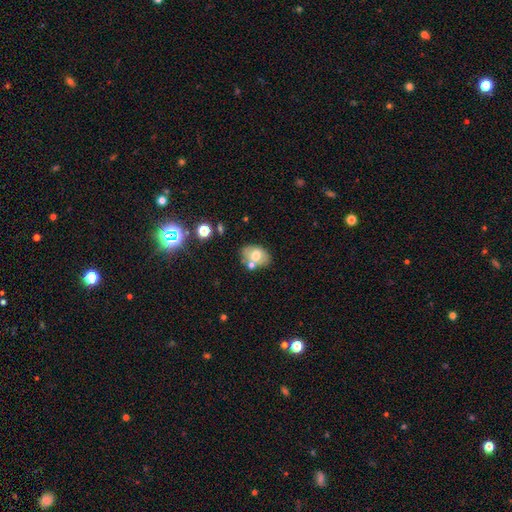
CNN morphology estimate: Smooth or featured?
  - smooth: 65% *
  - featured or disk: 26%
  - star or artifact: 10%
How rounded?
  - in between: 76% *
  - round: 23%
  - cigar-shaped: 1%
Merging?
  - none: 61% *
  - minor disturbance: 17%
  - merger: 17%
  - major disturbance: 5%